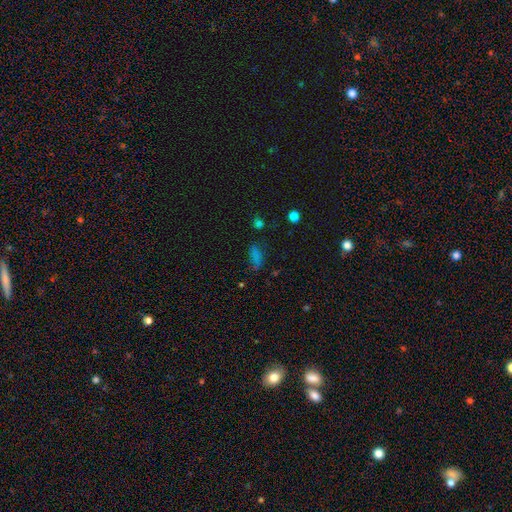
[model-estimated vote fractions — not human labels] Morphology: type=smooth (62%); roundness=in between (71%); merging=none (59%).